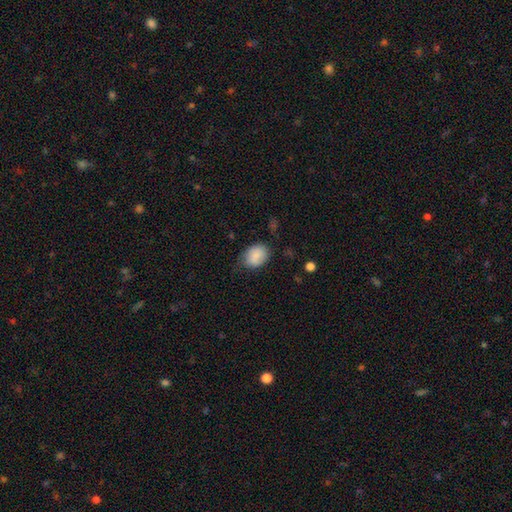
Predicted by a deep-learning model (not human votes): smooth-or-featured: smooth: 85% | featured or disk: 8% | star or artifact: 7%
  how-rounded: in between: 63% | round: 36% | cigar-shaped: 1%
  merging: none: 62% | minor disturbance: 29% | major disturbance: 7% | merger: 2%